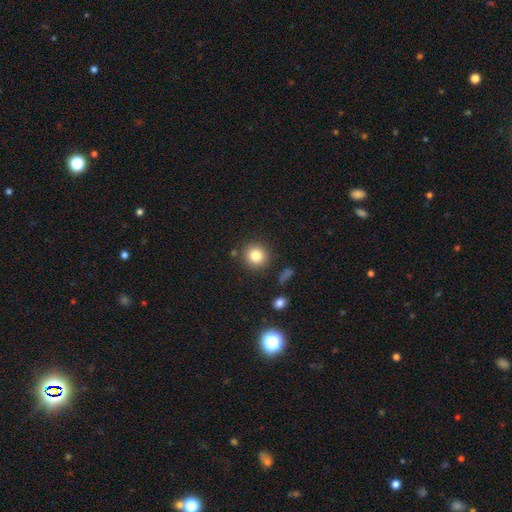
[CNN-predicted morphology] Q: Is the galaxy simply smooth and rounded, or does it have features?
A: smooth — 81%.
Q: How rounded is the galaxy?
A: round — 91%.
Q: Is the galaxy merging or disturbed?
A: none — 86%.